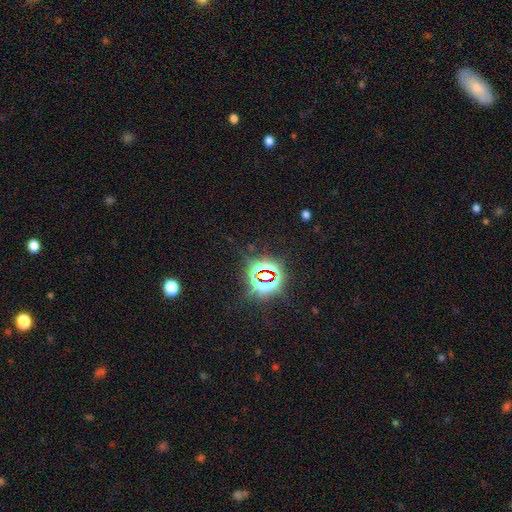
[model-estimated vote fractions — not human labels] smooth_or_featured: star or artifact (p=0.82) [alt: smooth p=0.11]